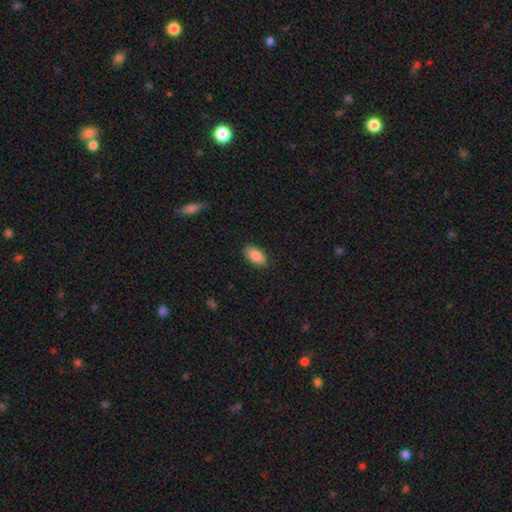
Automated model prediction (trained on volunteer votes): Q: Smooth or featured?
A: smooth (88%); runner-up: star or artifact (7%)
Q: How rounded?
A: in between (91%); runner-up: cigar-shaped (6%)
Q: Merging?
A: none (88%); runner-up: minor disturbance (9%)